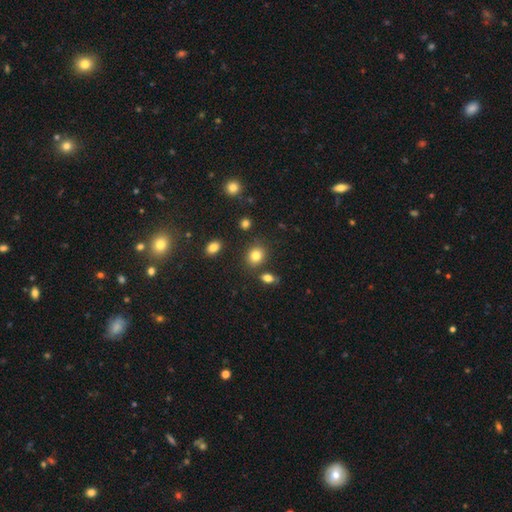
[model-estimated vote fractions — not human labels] Overall: smooth (82%). How rounded: round (57%; in between 42%). Merging: none (80%).